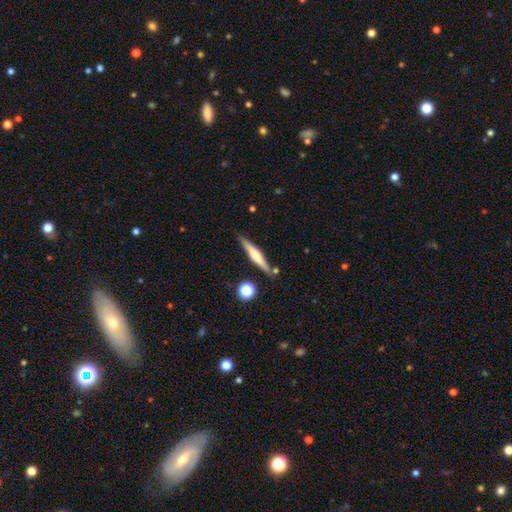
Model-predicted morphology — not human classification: This is possibly a featured or disk galaxy (55%). It is clearly viewed edge-on (97%). Edge-on bulge: likely rounded (74%). Merging: clearly none (85%).